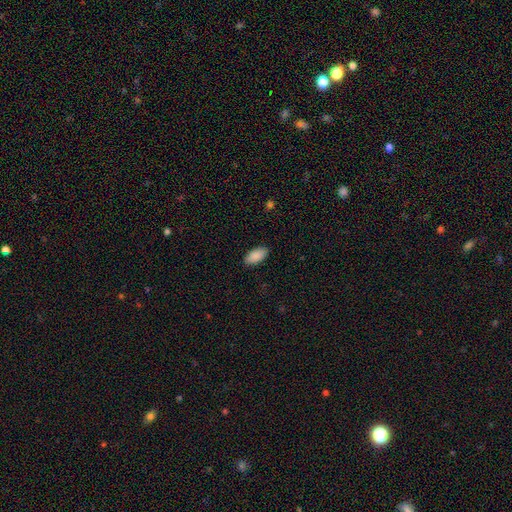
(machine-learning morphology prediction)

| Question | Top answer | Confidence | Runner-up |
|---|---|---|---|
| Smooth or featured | smooth | 90% | star or artifact (6%) |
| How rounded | in between | 94% | cigar-shaped (4%) |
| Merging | none | 88% | minor disturbance (9%) |